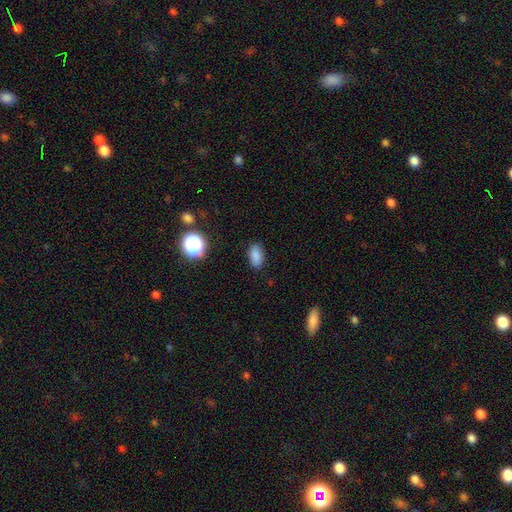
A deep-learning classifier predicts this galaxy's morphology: This appears to be a smooth galaxy with no disk features (83%) that is in between round and cigar-shaped (88%). Merging: none (84%).